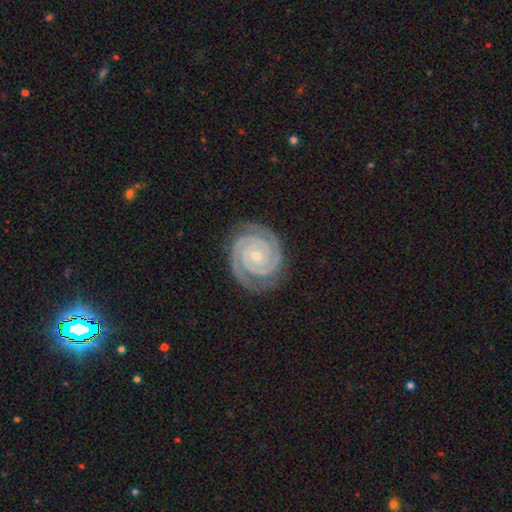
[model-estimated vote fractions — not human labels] Smooth or featured? Predicted: featured or disk (p=0.94). Edge-on disk? Predicted: no (p=0.98). Bar? Predicted: no (p=0.73). Spiral arms? Predicted: yes (p=0.99). Spiral winding? Predicted: tight (p=0.89). Spiral arm count? Predicted: 2 (p=0.85). Bulge size? Predicted: small (p=0.80). Merging? Predicted: none (p=0.86).